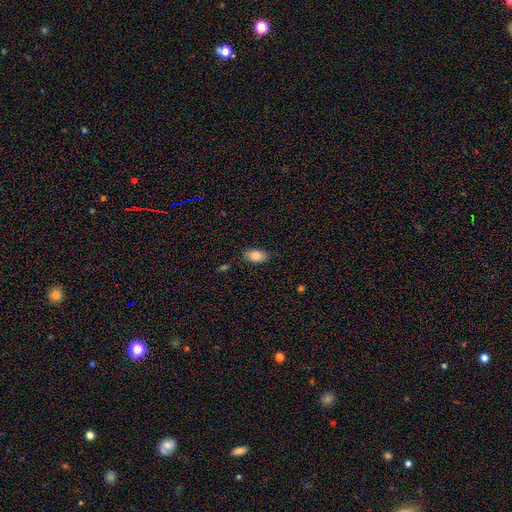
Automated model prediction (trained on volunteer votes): This appears to be a smooth galaxy with no disk features (84%) that is in between round and cigar-shaped (91%). Merging: none (80%).